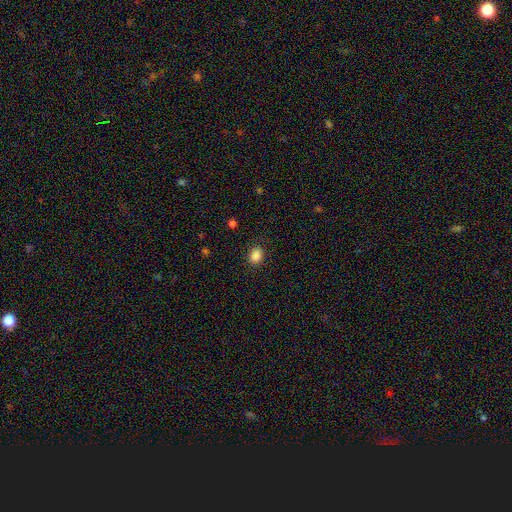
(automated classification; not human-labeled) Morphology: type=smooth (86%); roundness=in between (54%); merging=none (87%).